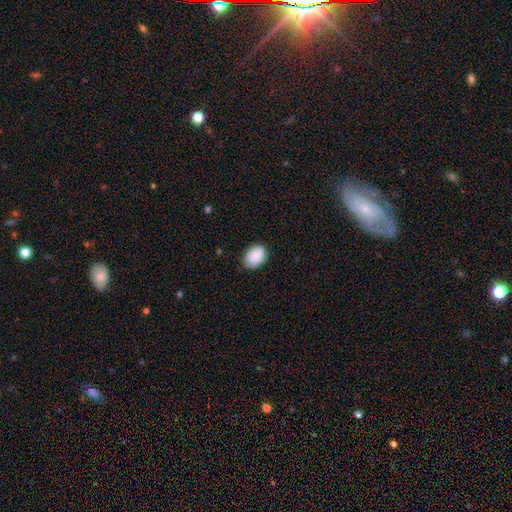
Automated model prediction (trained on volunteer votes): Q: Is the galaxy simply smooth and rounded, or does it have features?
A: smooth — 88%.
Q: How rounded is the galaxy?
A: in between — 74%.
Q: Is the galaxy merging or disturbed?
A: none — 79%.